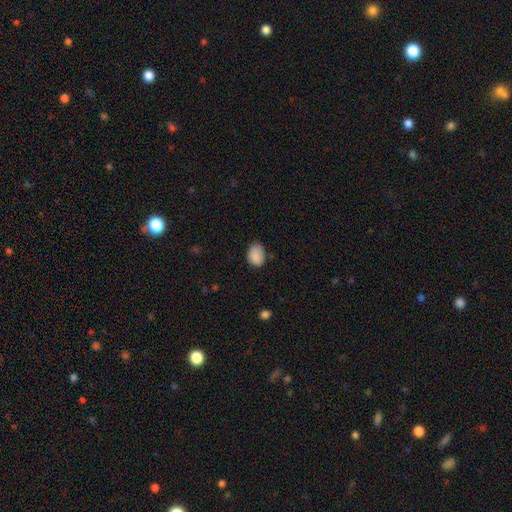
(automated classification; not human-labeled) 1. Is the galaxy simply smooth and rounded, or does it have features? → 87% smooth, 8% star or artifact, 5% featured or disk.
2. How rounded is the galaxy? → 72% in between, 27% round, 1% cigar-shaped.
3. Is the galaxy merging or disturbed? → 65% none, 28% minor disturbance, 5% major disturbance, 2% merger.